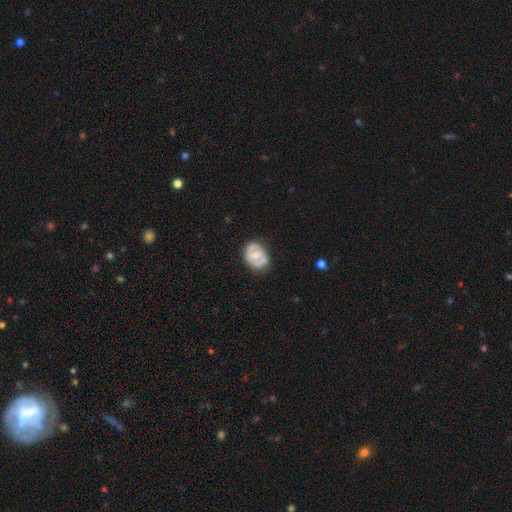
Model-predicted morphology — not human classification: Smooth or featured?
  - featured or disk: 52% *
  - smooth: 42%
  - star or artifact: 6%
Edge-on disk?
  - no: 95% *
  - yes: 5%
Merging?
  - none: 69% *
  - minor disturbance: 23%
  - major disturbance: 6%
  - merger: 2%